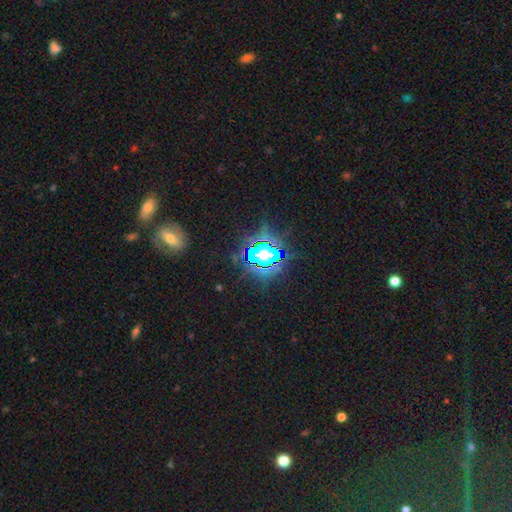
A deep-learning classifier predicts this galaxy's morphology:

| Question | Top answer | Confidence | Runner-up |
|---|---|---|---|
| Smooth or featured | star or artifact | 77% | smooth (14%) |